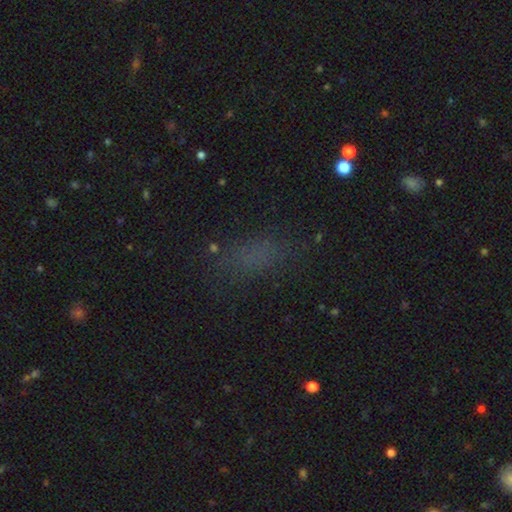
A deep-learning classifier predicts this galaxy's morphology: This appears to be a smooth galaxy with no disk features (61%) that is in between round and cigar-shaped (70%). Merging: none (73%).